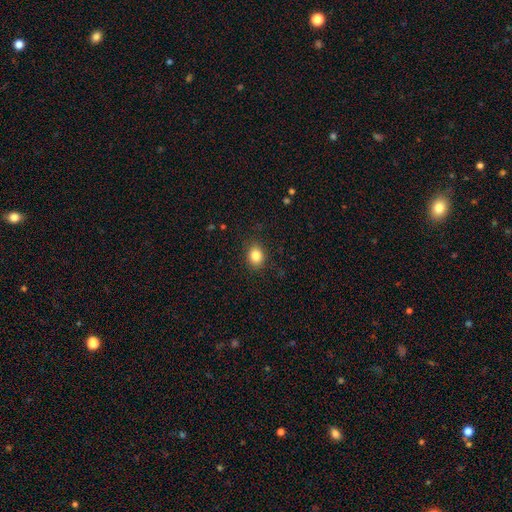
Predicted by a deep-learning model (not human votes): Smooth or featured?
  - smooth: 84% *
  - star or artifact: 11%
  - featured or disk: 6%
How rounded?
  - round: 56% *
  - in between: 43%
  - cigar-shaped: 1%
Merging?
  - none: 87% *
  - minor disturbance: 9%
  - major disturbance: 3%
  - merger: 1%